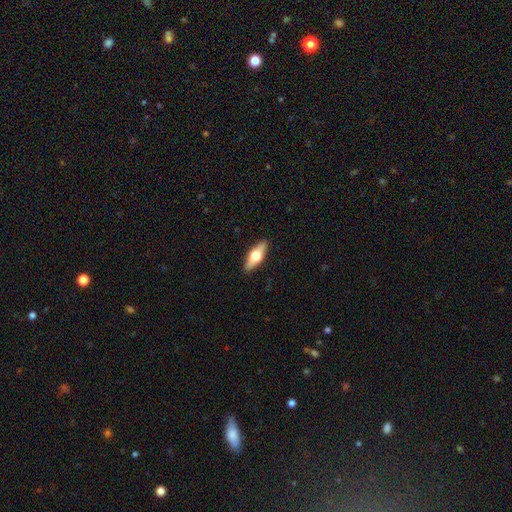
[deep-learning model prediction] The model was most divided on "smooth or featured": smooth: 50%, featured or disk: 44%, star or artifact: 6%. More confident: merging — none (90%); how rounded — in between (67%).